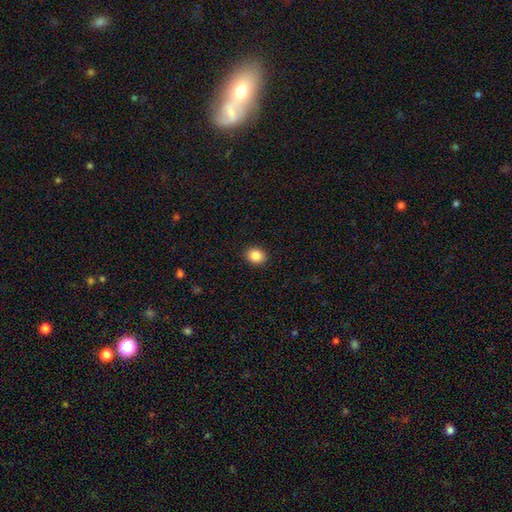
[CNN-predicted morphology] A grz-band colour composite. It shows a smooth galaxy with no disk features (87%) that is round (61%). Merging: none (91%).